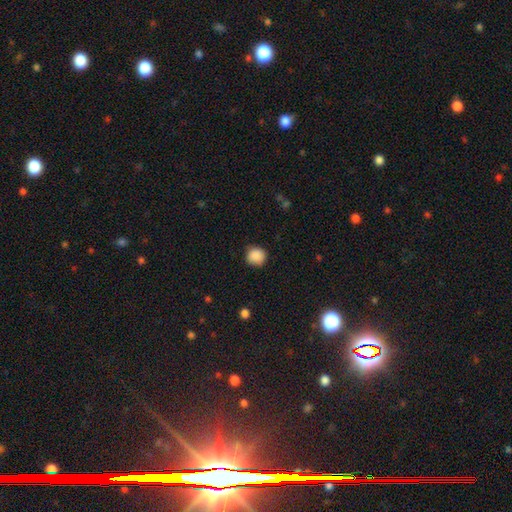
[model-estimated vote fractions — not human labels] smooth 88%, star or artifact 9%, featured or disk 3%. Down the decision tree: how rounded — round (90%); merging — none (86%).